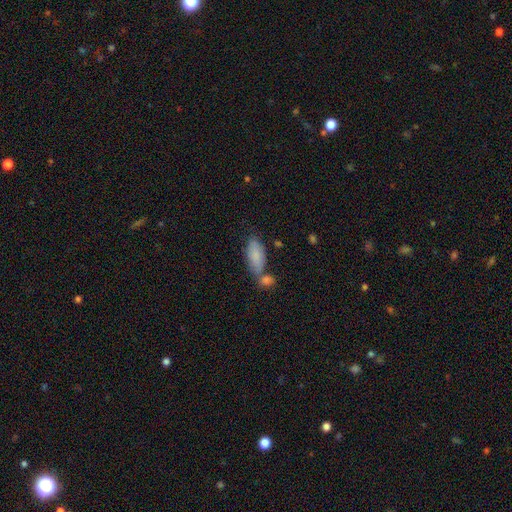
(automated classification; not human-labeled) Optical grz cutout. It shows a smooth galaxy with no disk features (81%) that is in between round and cigar-shaped (85%). Merging: none (49%).